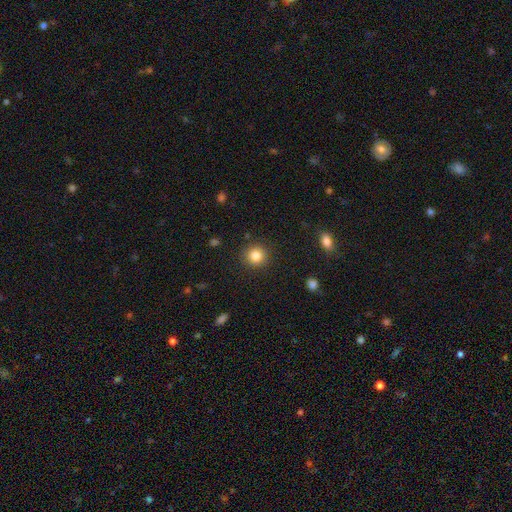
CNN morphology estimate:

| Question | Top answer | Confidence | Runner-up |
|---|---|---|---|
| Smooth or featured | smooth | 84% | star or artifact (11%) |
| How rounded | round | 92% | in between (7%) |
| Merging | none | 91% | minor disturbance (6%) |